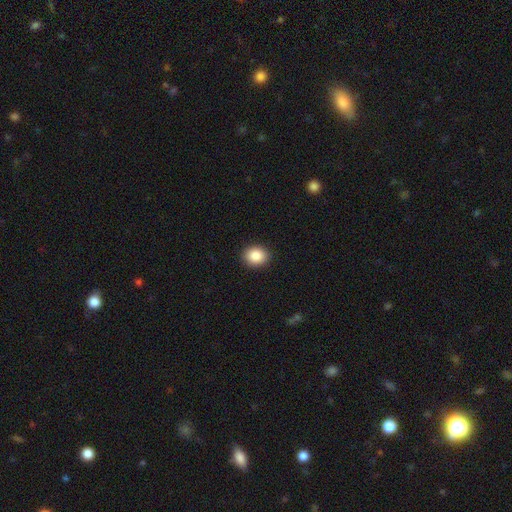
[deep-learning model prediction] Smooth or featured? Predicted: smooth (p=0.88). How rounded? Predicted: round (p=0.58). Merging? Predicted: none (p=0.91).